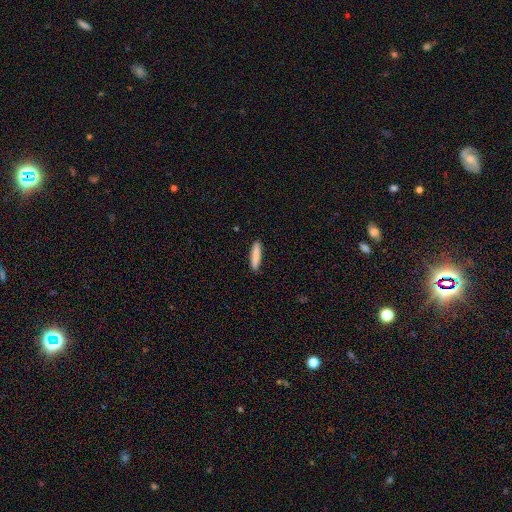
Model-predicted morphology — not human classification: type=smooth (86%); roundness=cigar-shaped (85%); merging=none (90%).